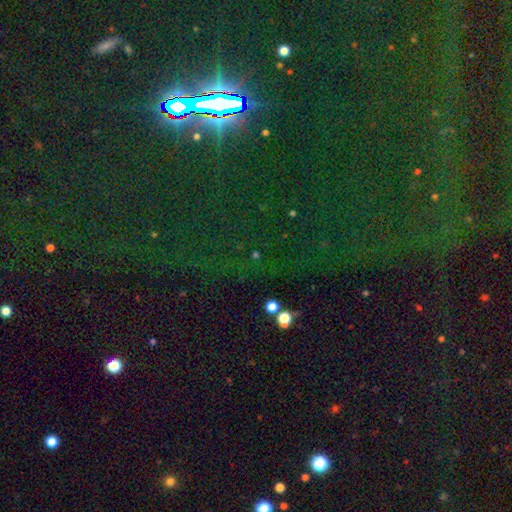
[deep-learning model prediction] A star or artifact, not a galaxy (71%).